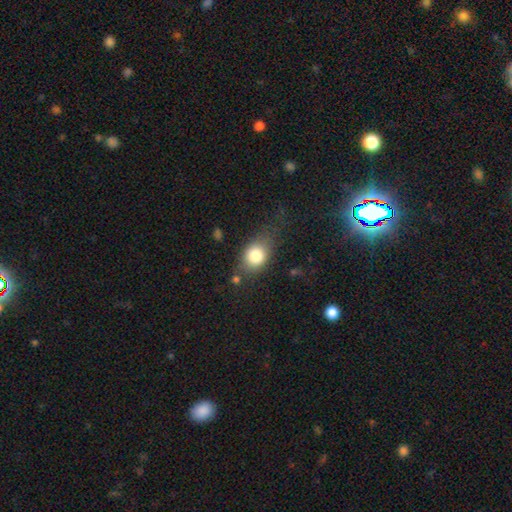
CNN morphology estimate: type=smooth (80%); roundness=in between (61%); merging=none (60%).